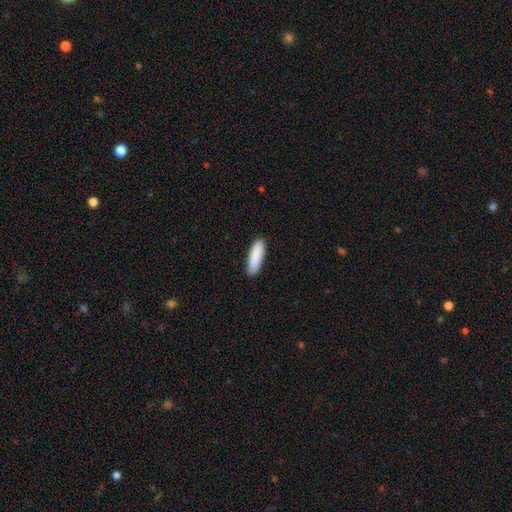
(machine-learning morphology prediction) Smooth or featured?
  - smooth: 89% *
  - star or artifact: 5%
  - featured or disk: 5%
How rounded?
  - cigar-shaped: 59% *
  - in between: 40%
  - round: 1%
Merging?
  - none: 89% *
  - minor disturbance: 9%
  - major disturbance: 2%
  - merger: 1%